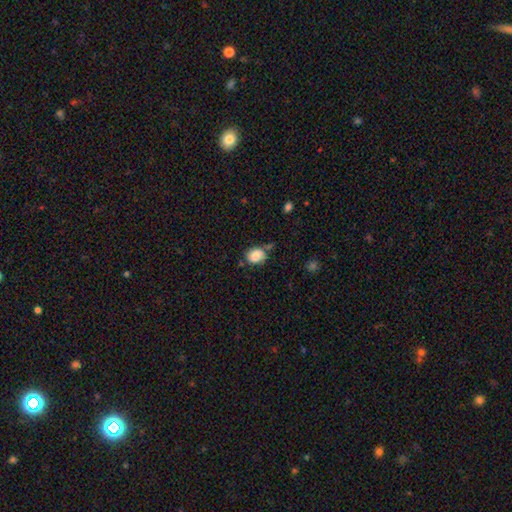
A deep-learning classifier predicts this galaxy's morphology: smooth 75%, featured or disk 16%, star or artifact 9%. Down the decision tree: how rounded — round (56%); merging — none (58%).